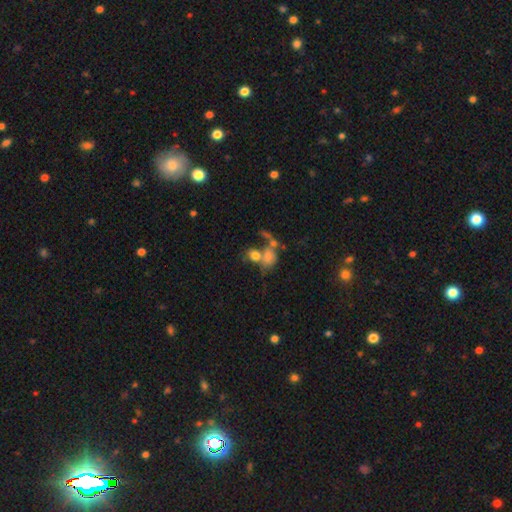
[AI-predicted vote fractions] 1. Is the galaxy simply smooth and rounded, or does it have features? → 67% smooth, 20% featured or disk, 12% star or artifact.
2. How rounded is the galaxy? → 52% round, 46% in between, 2% cigar-shaped.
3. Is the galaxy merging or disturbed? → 51% merger, 28% none, 11% major disturbance, 10% minor disturbance.